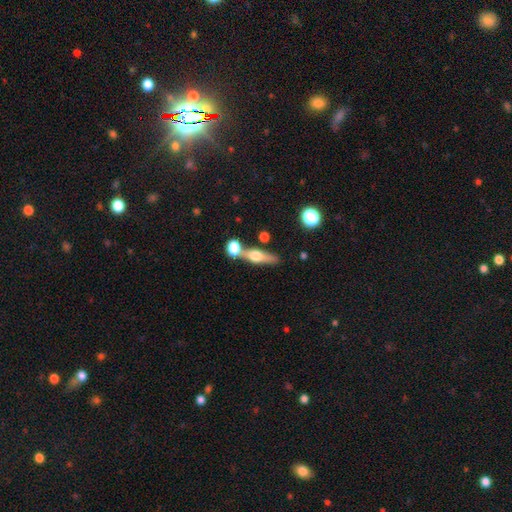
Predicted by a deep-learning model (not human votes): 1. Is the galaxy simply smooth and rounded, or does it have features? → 51% featured or disk, 41% smooth, 8% star or artifact.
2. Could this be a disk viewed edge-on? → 87% yes, 13% no.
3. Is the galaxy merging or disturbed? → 52% none, 32% merger, 11% minor disturbance, 5% major disturbance.